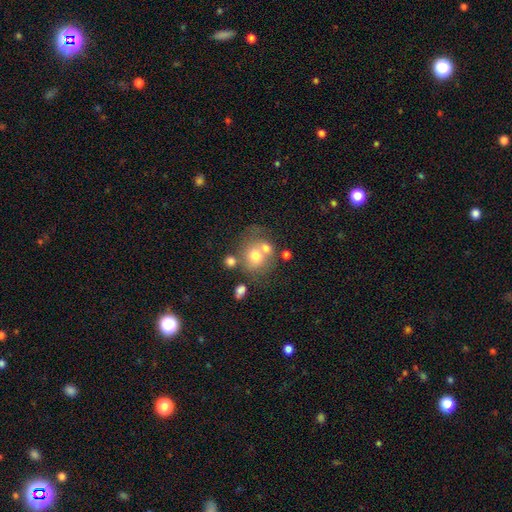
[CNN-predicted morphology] smooth 65%, featured or disk 24%, star or artifact 11%. Down the decision tree: how rounded — round (71%); merging — none (41%).